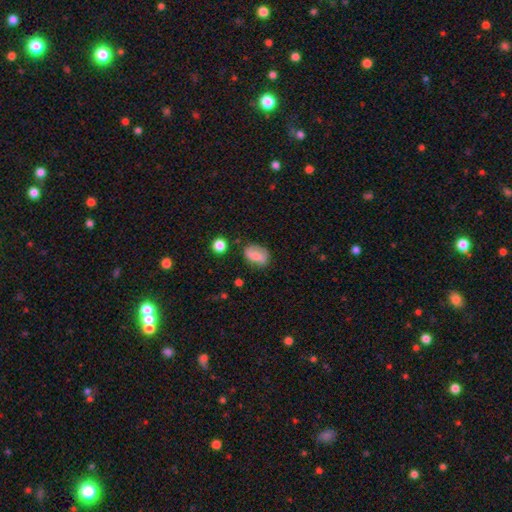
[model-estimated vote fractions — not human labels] smooth_or_featured: smooth (p=0.68) [alt: featured or disk p=0.23]
how_rounded: in between (p=0.79) [alt: round p=0.17]
merging: none (p=0.66) [alt: minor disturbance p=0.23]